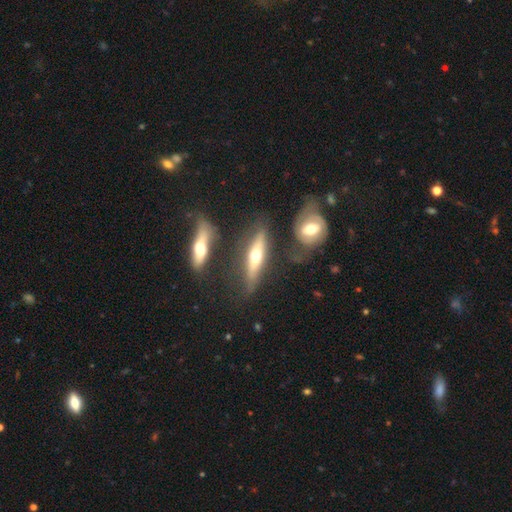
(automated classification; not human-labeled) The model was most divided on "smooth or featured": featured or disk: 58%, smooth: 36%, star or artifact: 6%. More confident: edge-on disk — yes (81%); merging — none (64%).